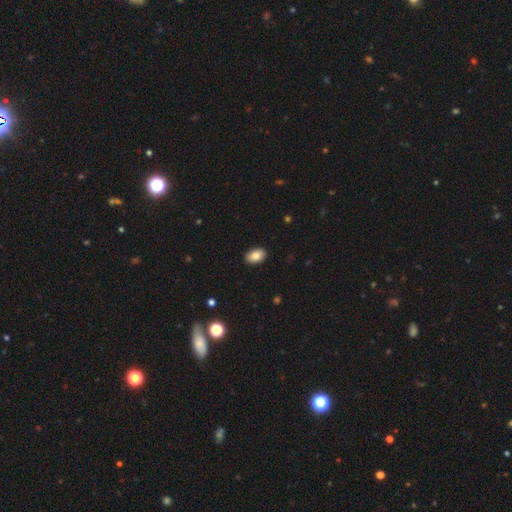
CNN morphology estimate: A smooth galaxy with no disk features (85%) that is in between round and cigar-shaped (87%).

Vote fractions:
- Smooth or featured? smooth: 85% / star or artifact: 8% / featured or disk: 7%
- How rounded? in between: 87% / round: 12% / cigar-shaped: 1%
- Merging? none: 91% / minor disturbance: 7% / major disturbance: 2% / merger: 1%